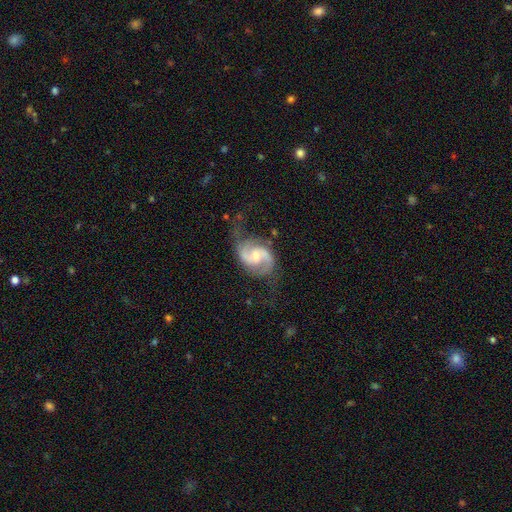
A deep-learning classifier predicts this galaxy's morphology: Smooth or featured? featured or disk (90%)
Edge-on disk? no (98%)
Bar? no (47%)
Spiral arms? yes (98%)
Spiral winding? medium (55%)
Spiral arm count? 2 (92%)
Bulge size? moderate (56%)
Merging? none (61%)